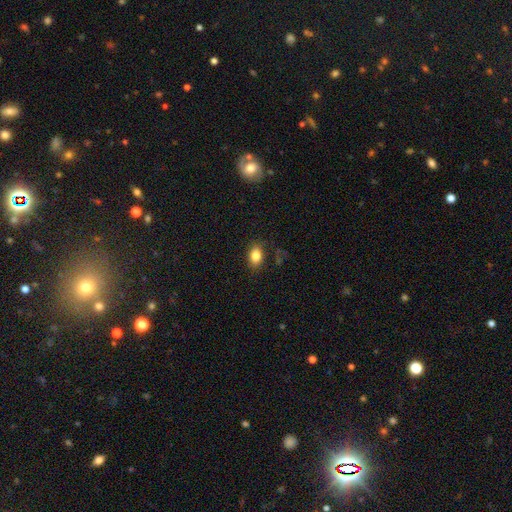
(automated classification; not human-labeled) This is clearly a smooth galaxy (84%). How rounded: likely in between (78%). Merging: clearly none (83%).